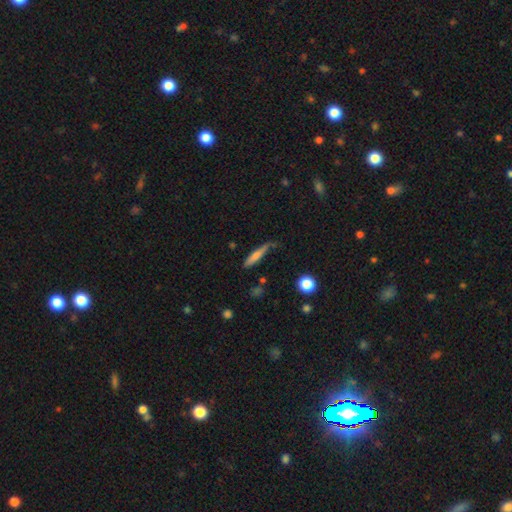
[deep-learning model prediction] A smooth galaxy with no disk features (64%) that is cigar-shaped (84%).

Vote fractions:
- Smooth or featured? smooth: 64% / featured or disk: 29% / star or artifact: 7%
- How rounded? cigar-shaped: 84% / in between: 13% / round: 2%
- Merging? none: 60% / minor disturbance: 27% / major disturbance: 8% / merger: 4%